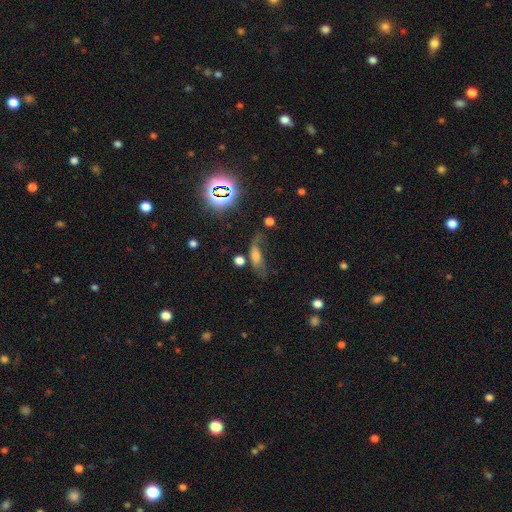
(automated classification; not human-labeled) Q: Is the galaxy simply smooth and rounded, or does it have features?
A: smooth — 44%.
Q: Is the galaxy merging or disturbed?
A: none — 38%.